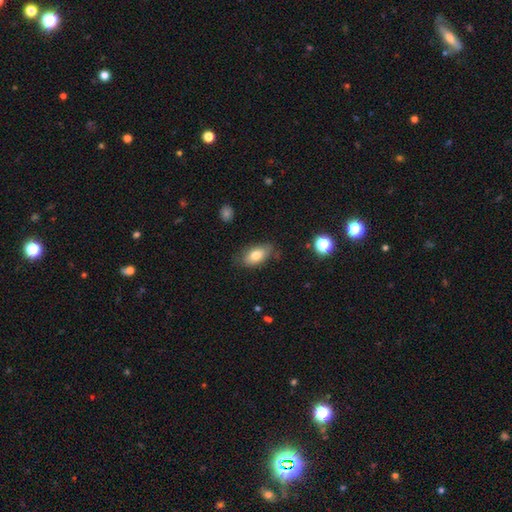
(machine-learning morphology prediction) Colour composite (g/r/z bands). It shows a smooth galaxy with no disk features (78%) that is in between round and cigar-shaped (90%). Merging: none (76%).